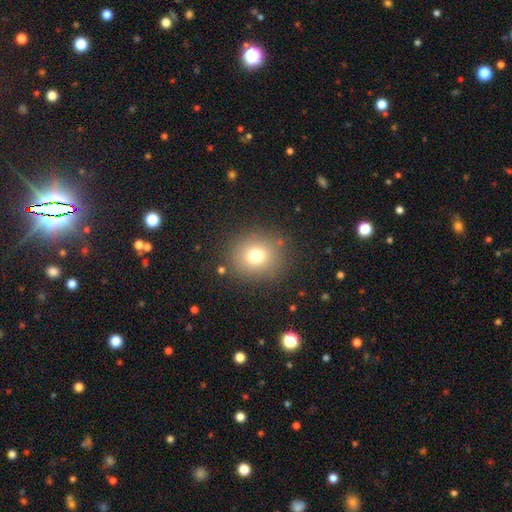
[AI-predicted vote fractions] Smooth or featured? Predicted: smooth (p=0.74). How rounded? Predicted: round (p=0.86). Merging? Predicted: none (p=0.86).